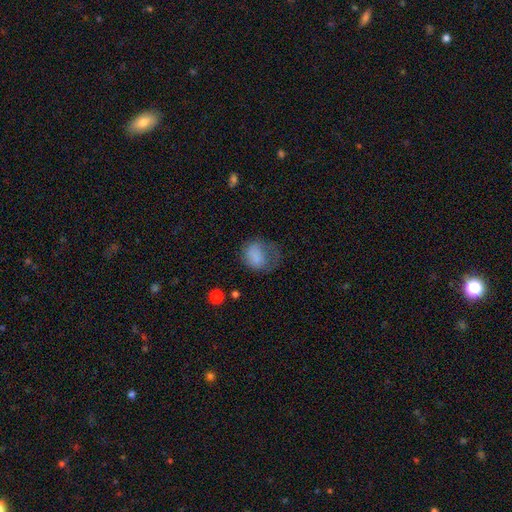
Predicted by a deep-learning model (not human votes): Smooth or featured? smooth (74%)
How rounded? round (53%)
Merging? major disturbance (39%)